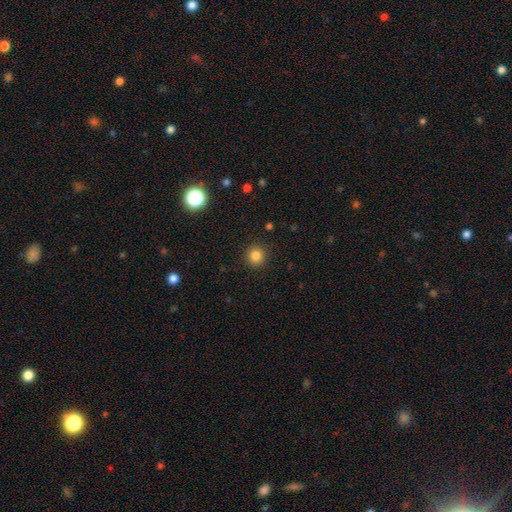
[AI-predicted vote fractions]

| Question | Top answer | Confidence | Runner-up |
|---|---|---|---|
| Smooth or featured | smooth | 84% | star or artifact (12%) |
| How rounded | round | 92% | in between (7%) |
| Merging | none | 91% | minor disturbance (6%) |